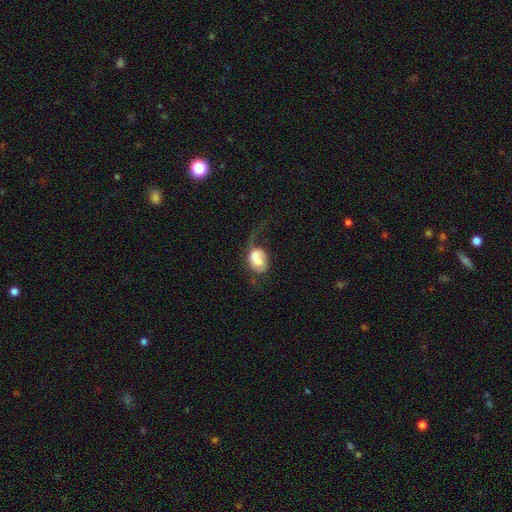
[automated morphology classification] Smooth or featured: smooth — 55% (featured or disk — 37%)
How rounded: in between — 60% (round — 39%)
Merging: merger — 38% (major disturbance — 32%)